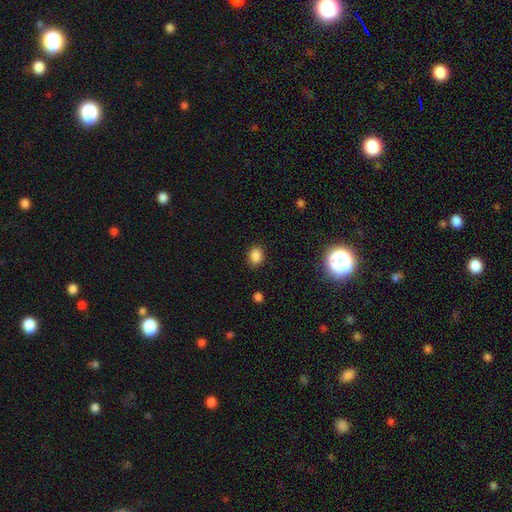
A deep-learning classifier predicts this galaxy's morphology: The model was most divided on "how rounded": in between: 60%, round: 39%, cigar-shaped: 1%. More confident: merging — none (87%); smooth or featured — smooth (85%).